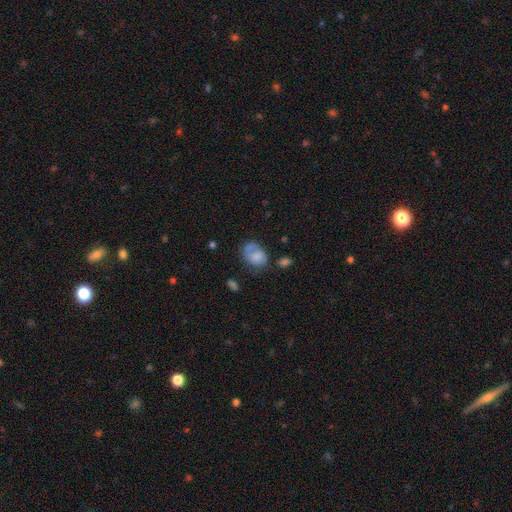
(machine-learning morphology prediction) type=smooth (61%); roundness=in between (66%); merging=none (39%).